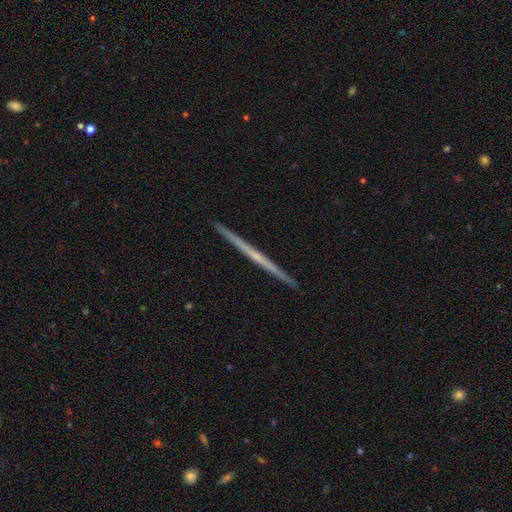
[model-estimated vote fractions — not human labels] The model was most divided on "edge-on bulge": none: 74%, rounded: 22%, boxy: 4%. More confident: edge-on disk — yes (98%); merging — none (93%); smooth or featured — featured or disk (74%).